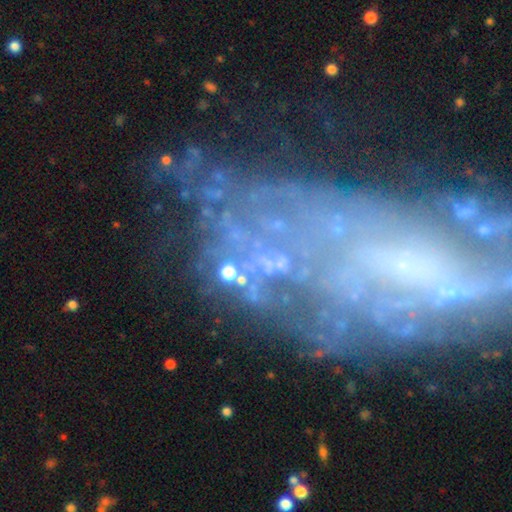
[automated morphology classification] Smooth or featured?
  - featured or disk: 68% *
  - smooth: 16%
  - star or artifact: 16%
Edge-on disk?
  - no: 91% *
  - yes: 9%
Bar?
  - no: 63% *
  - weak: 25%
  - strong: 12%
Spiral arms?
  - yes: 52% *
  - no: 48%
Bulge size?
  - none: 49% *
  - small: 38%
  - moderate: 10%
  - large: 2%
  - dominant: 1%
Merging?
  - none: 47% *
  - major disturbance: 25%
  - minor disturbance: 20%
  - merger: 7%